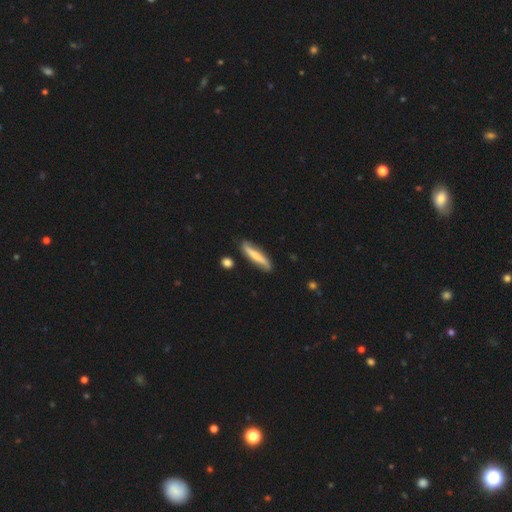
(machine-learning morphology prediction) smooth 51%, featured or disk 44%, star or artifact 6%. Down the decision tree: how rounded — cigar-shaped (83%); merging — none (79%).